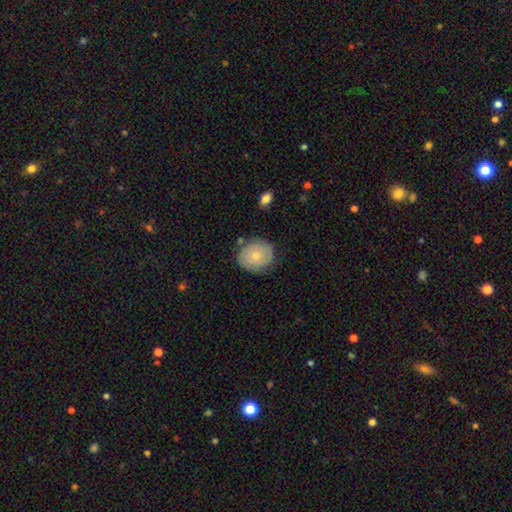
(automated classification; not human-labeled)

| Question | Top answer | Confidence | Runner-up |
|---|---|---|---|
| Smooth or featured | smooth | 56% | featured or disk (37%) |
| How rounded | round | 77% | in between (22%) |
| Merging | none | 77% | minor disturbance (17%) |